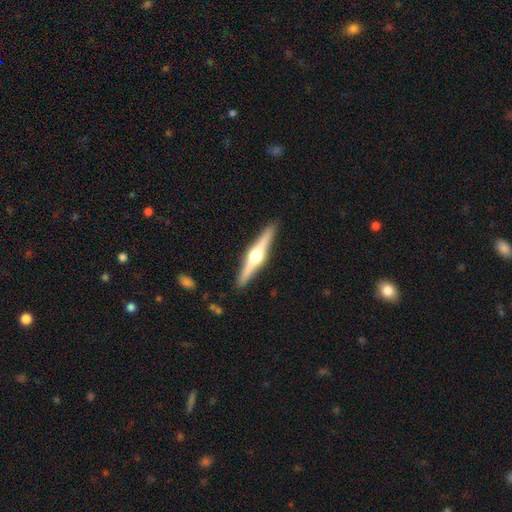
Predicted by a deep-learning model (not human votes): featured or disk 77%, smooth 18%, star or artifact 5%. Down the decision tree: edge-on disk — yes (98%); edge-on bulge — rounded (95%); merging — none (92%).